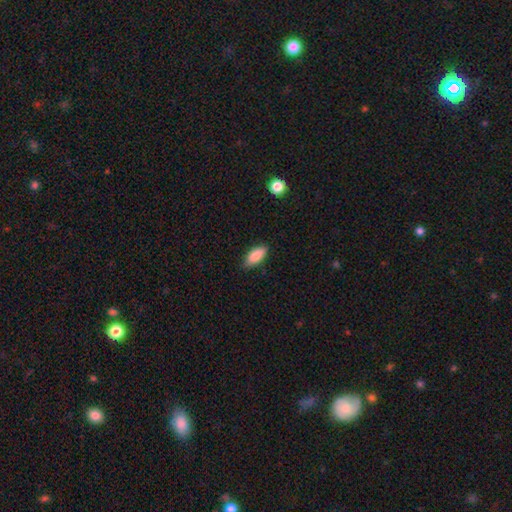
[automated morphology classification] smooth 86%, featured or disk 8%, star or artifact 7%. Down the decision tree: how rounded — in between (81%); merging — none (83%).